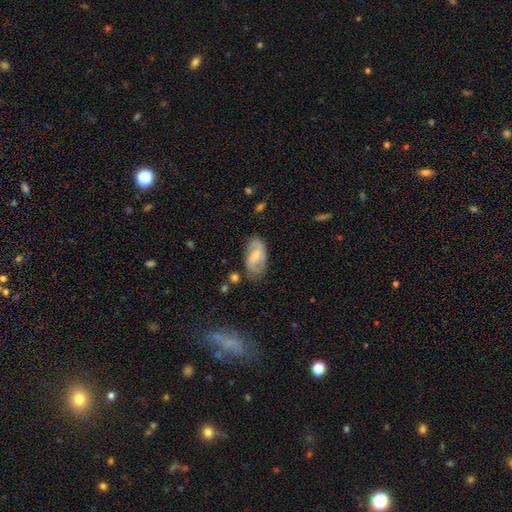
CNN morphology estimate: A featured or disk galaxy (62%) with a weak bar (49%), spiral arms (84%) and a small central bulge (53%). Merging: none (70%).